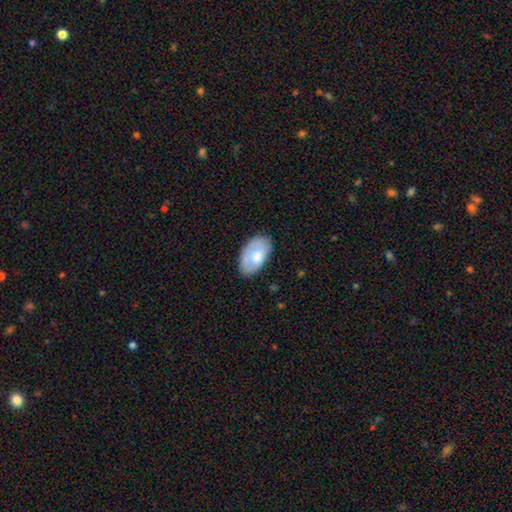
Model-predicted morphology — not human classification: This appears to be a smooth galaxy with no disk features (70%) that is in between round and cigar-shaped (94%). Merging: none (73%).